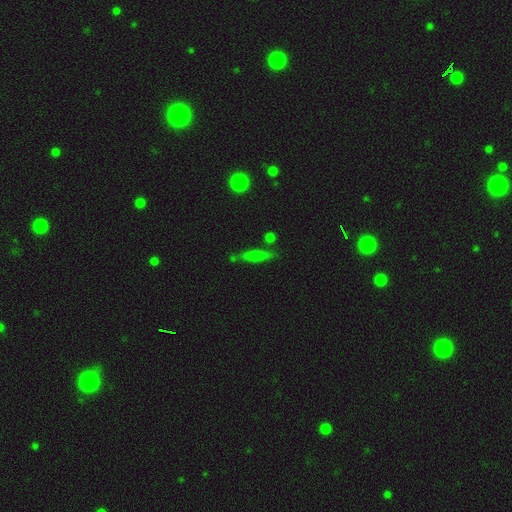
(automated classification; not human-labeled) Morphology: type=smooth (61%); roundness=cigar-shaped (80%); merging=none (76%).